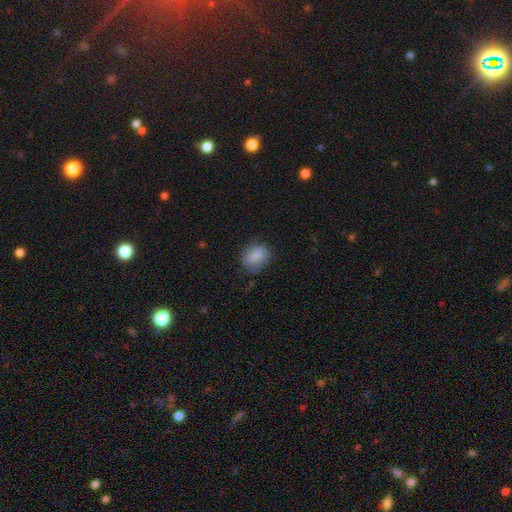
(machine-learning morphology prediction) Smooth or featured: smooth — 83% (featured or disk — 9%)
How rounded: in between — 68% (round — 30%)
Merging: none — 67% (minor disturbance — 24%)